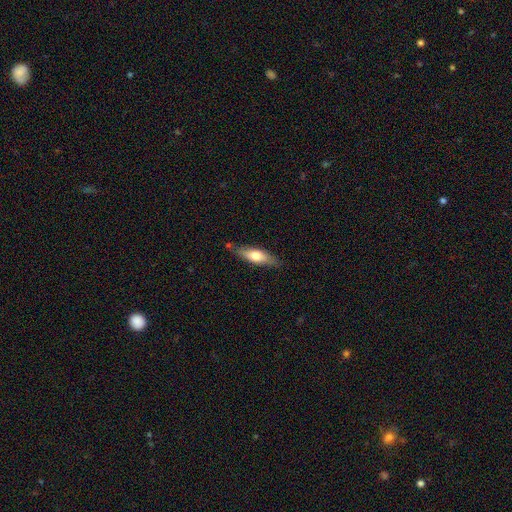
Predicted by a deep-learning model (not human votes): Smooth or featured? Predicted: smooth (p=0.59). How rounded? Predicted: cigar-shaped (p=0.51). Merging? Predicted: none (p=0.76).